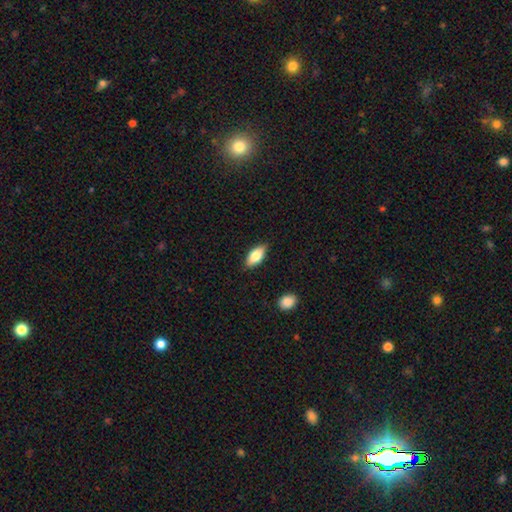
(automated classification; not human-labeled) This appears to be a smooth galaxy with no disk features (76%) that is in between round and cigar-shaped (86%). Merging: none (85%).